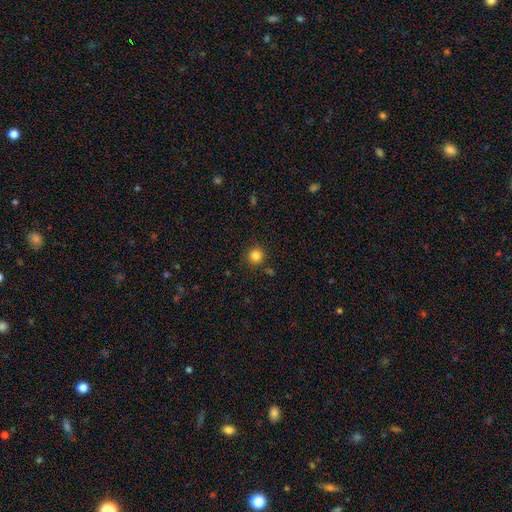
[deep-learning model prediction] Overall: smooth (84%). How rounded: round (94%). Merging: none (87%).